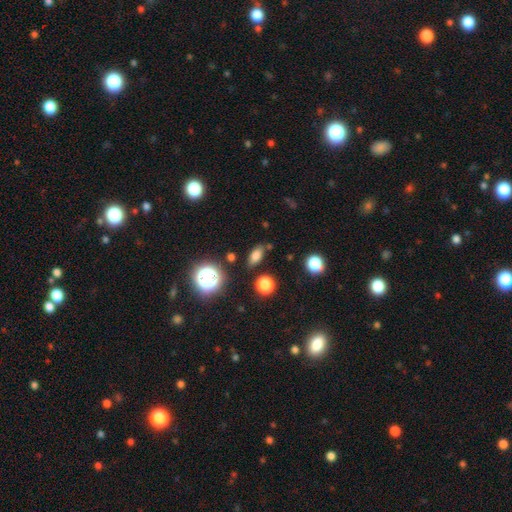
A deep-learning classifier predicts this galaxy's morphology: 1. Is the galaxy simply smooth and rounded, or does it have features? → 74% smooth, 15% star or artifact, 11% featured or disk.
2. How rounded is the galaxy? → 77% in between, 13% round, 10% cigar-shaped.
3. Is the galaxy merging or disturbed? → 81% none, 11% minor disturbance, 4% merger, 3% major disturbance.